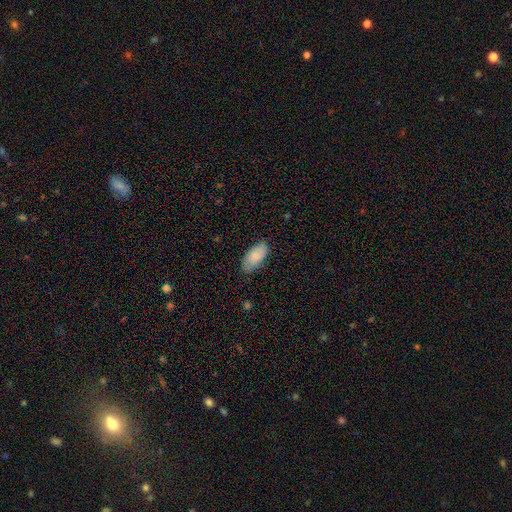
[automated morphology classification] Smooth or featured?
  - smooth: 83% *
  - featured or disk: 11%
  - star or artifact: 6%
How rounded?
  - in between: 93% *
  - cigar-shaped: 5%
  - round: 2%
Merging?
  - none: 81% *
  - minor disturbance: 16%
  - major disturbance: 3%
  - merger: 1%